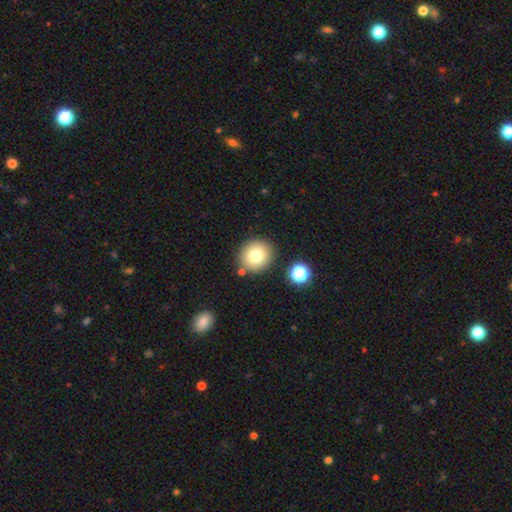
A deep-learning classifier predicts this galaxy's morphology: smooth 76%, featured or disk 12%, star or artifact 12%. Down the decision tree: how rounded — round (91%); merging — none (85%).